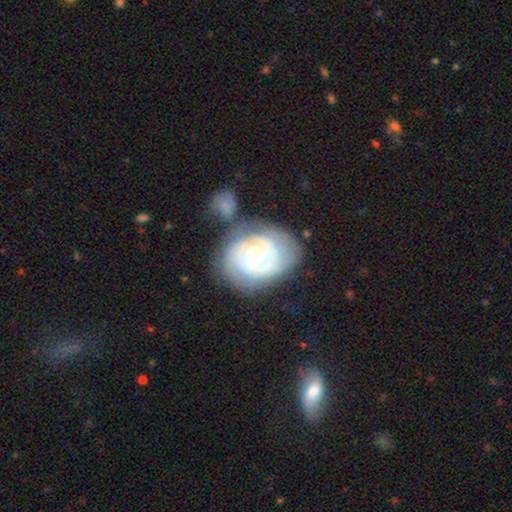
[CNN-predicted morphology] This appears to be a featured or disk galaxy (83%) with no bar (49%), 2 (47%) tight (72%) spiral arms (88%) and a moderate central bulge (54%). Merging: none (60%).